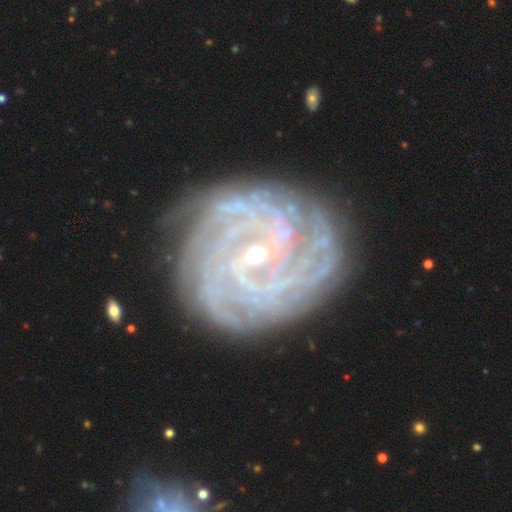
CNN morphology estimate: Overall: featured or disk (89%). Edge-on disk: no (97%). Bar: weak (42%; no 37%). Spiral arms: yes (97%). Spiral arm count: more than 4 (27%; can't tell 23%). Spiral winding: tight (82%). Bulge size: small (72%). Merging: none (82%).